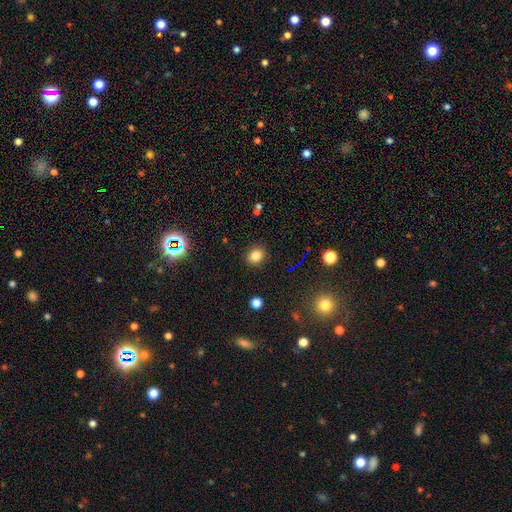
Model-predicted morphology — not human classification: Smooth or featured? Predicted: smooth (p=0.81). How rounded? Predicted: round (p=0.61). Merging? Predicted: none (p=0.88).